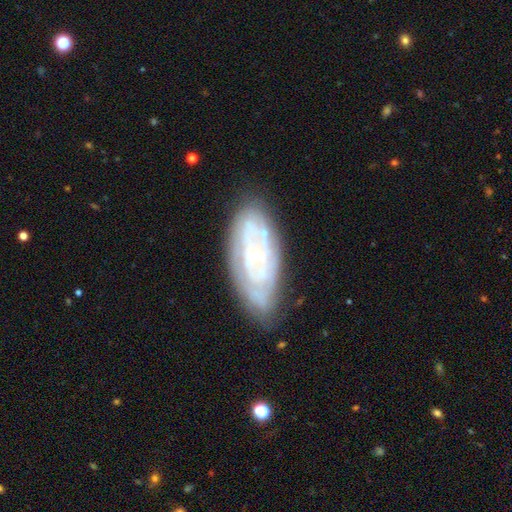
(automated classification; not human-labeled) This appears to be a featured or disk galaxy (78%) with no bar (76%), tight (73%) spiral arms (80%) and a small central bulge (76%). Merging: none (72%).